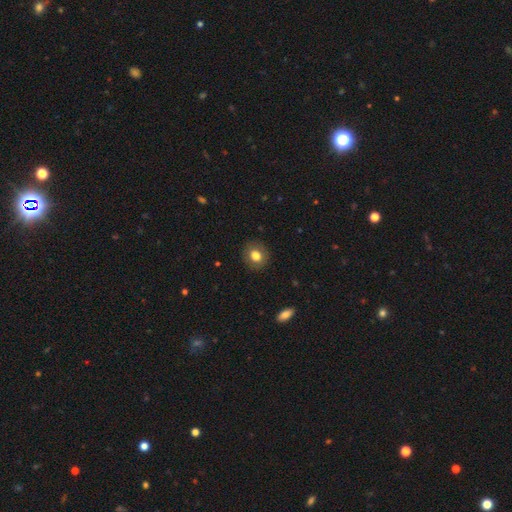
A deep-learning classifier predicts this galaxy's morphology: Smooth or featured? smooth (79%)
How rounded? round (73%)
Merging? none (89%)